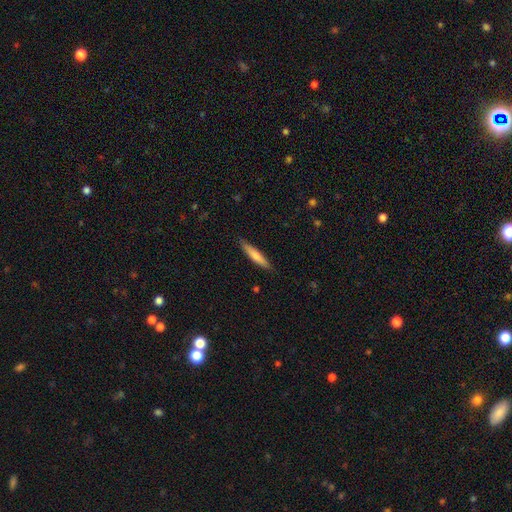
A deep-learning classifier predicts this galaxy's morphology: This is likely a smooth galaxy (70%). How rounded: clearly cigar-shaped (88%). Merging: clearly none (88%).